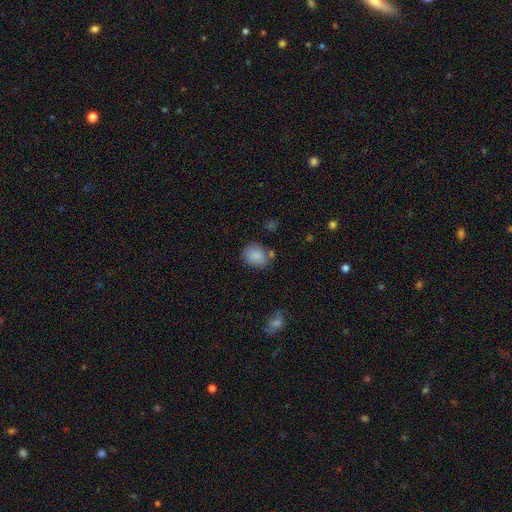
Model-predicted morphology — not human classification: smooth-or-featured: smooth: 86% | star or artifact: 8% | featured or disk: 6%
  how-rounded: round: 52% | in between: 47% | cigar-shaped: 1%
  merging: none: 68% | minor disturbance: 19% | merger: 8% | major disturbance: 5%